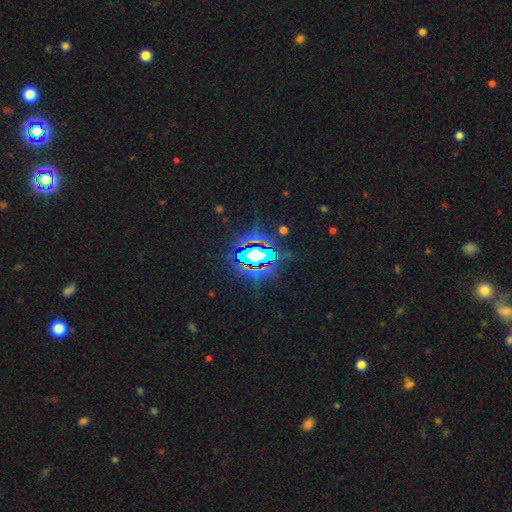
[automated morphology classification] smooth-or-featured: star or artifact: 73% | featured or disk: 14% | smooth: 13%